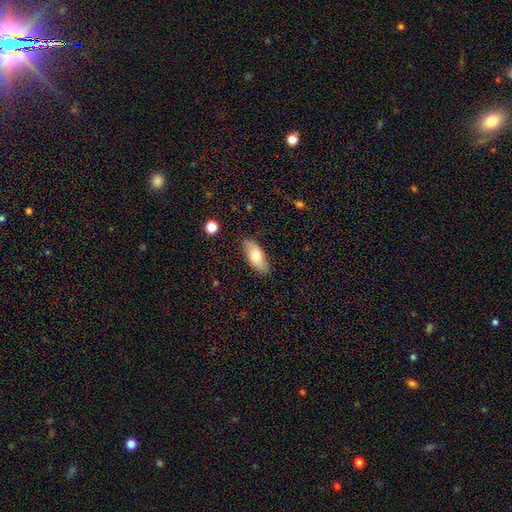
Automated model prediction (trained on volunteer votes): smooth-or-featured: smooth: 74% | featured or disk: 20% | star or artifact: 6%
  how-rounded: in between: 83% | cigar-shaped: 14% | round: 2%
  merging: none: 84% | minor disturbance: 12% | major disturbance: 2% | merger: 1%